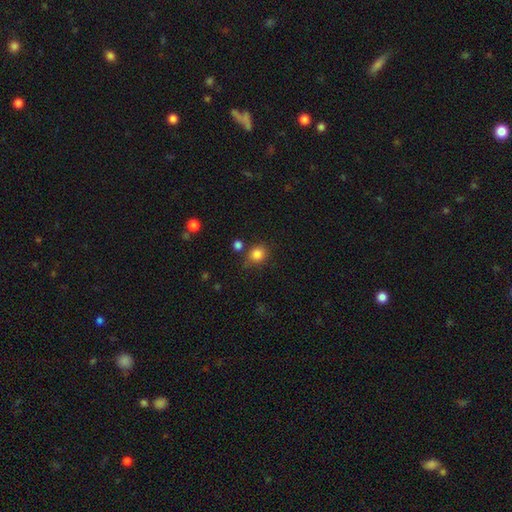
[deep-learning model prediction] Smooth or featured: smooth — 84% (star or artifact — 11%)
How rounded: round — 80% (in between — 19%)
Merging: none — 72% (minor disturbance — 15%)